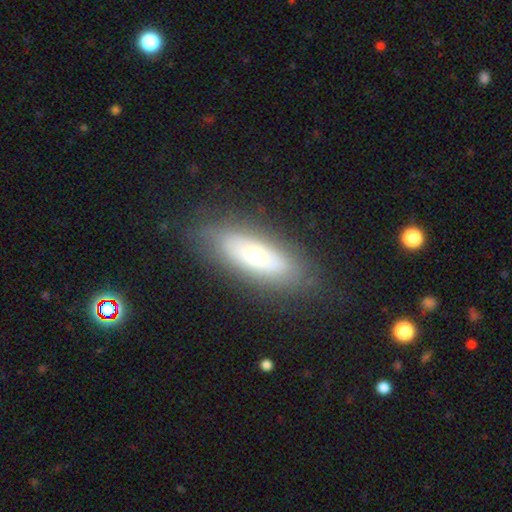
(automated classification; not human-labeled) Smooth or featured? smooth (48%)
Merging? none (83%)